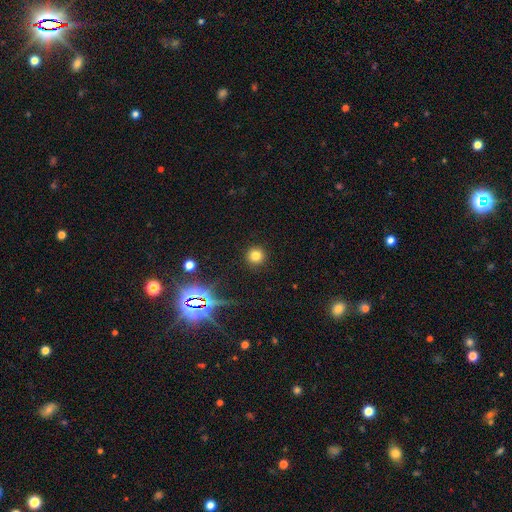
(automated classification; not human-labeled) Smooth or featured: smooth — 76% (star or artifact — 18%)
How rounded: round — 95% (in between — 4%)
Merging: none — 91% (minor disturbance — 5%)